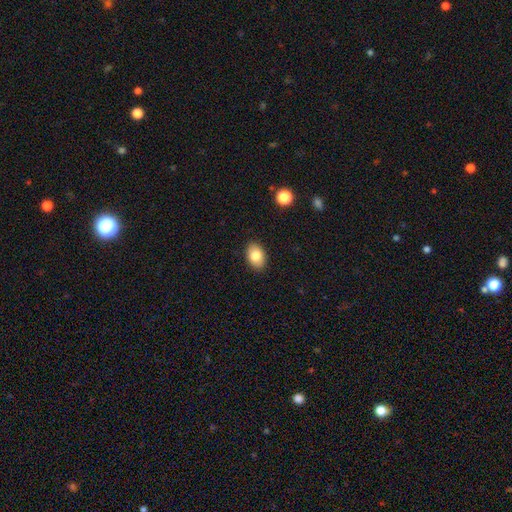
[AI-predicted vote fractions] Morphology: type=smooth (83%); roundness=in between (85%); merging=none (89%).